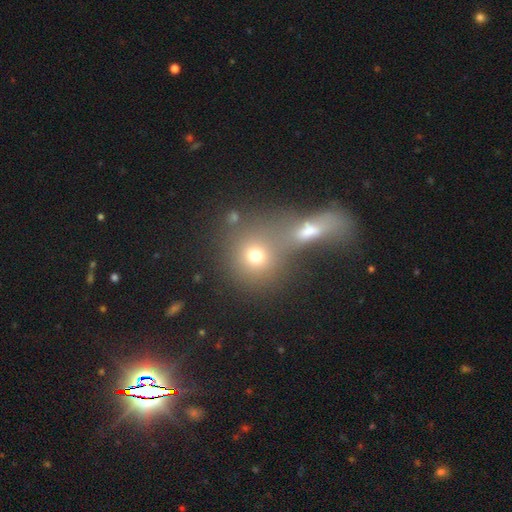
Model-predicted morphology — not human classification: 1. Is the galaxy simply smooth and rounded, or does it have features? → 67% smooth, 17% star or artifact, 16% featured or disk.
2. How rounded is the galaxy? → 81% round, 17% in between, 2% cigar-shaped.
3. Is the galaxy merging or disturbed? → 52% merger, 35% none, 7% minor disturbance, 5% major disturbance.